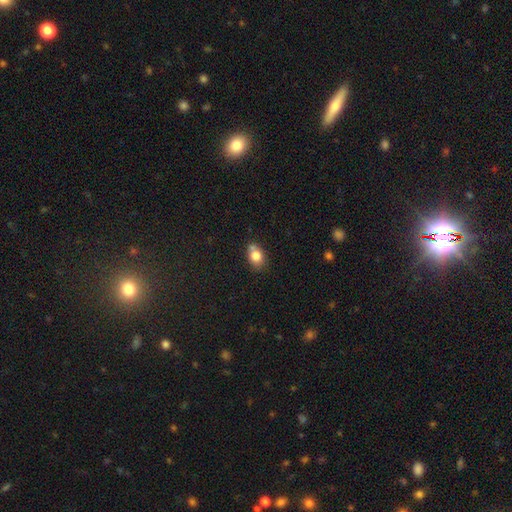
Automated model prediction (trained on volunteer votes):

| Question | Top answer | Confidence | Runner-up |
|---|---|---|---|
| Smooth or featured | smooth | 79% | featured or disk (11%) |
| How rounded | in between | 58% | round (40%) |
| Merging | none | 56% | minor disturbance (20%) |